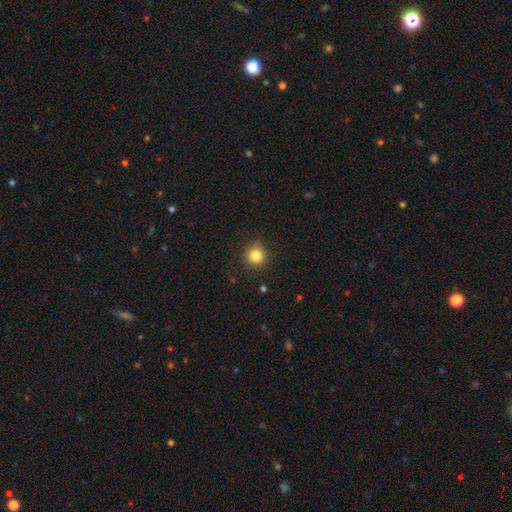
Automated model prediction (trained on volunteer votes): smooth-or-featured: smooth: 83% | star or artifact: 11% | featured or disk: 5%
  how-rounded: round: 93% | in between: 7% | cigar-shaped: 1%
  merging: none: 87% | minor disturbance: 9% | major disturbance: 2% | merger: 1%